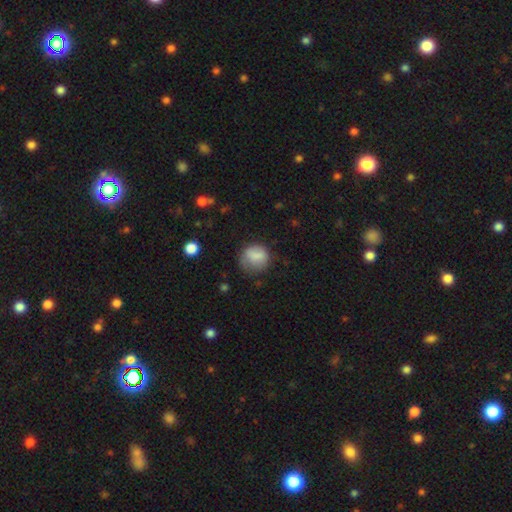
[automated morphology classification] Smooth or featured? smooth (79%)
How rounded? round (73%)
Merging? none (56%)